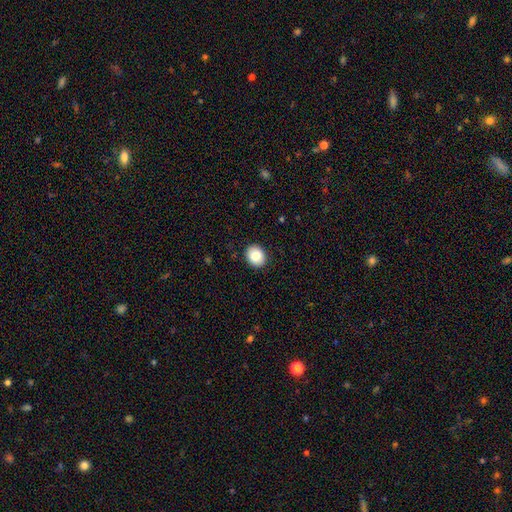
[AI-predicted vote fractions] Smooth or featured?
  - smooth: 85% *
  - star or artifact: 8%
  - featured or disk: 7%
How rounded?
  - round: 61% *
  - in between: 38%
  - cigar-shaped: 1%
Merging?
  - none: 91% *
  - minor disturbance: 7%
  - major disturbance: 2%
  - merger: 1%